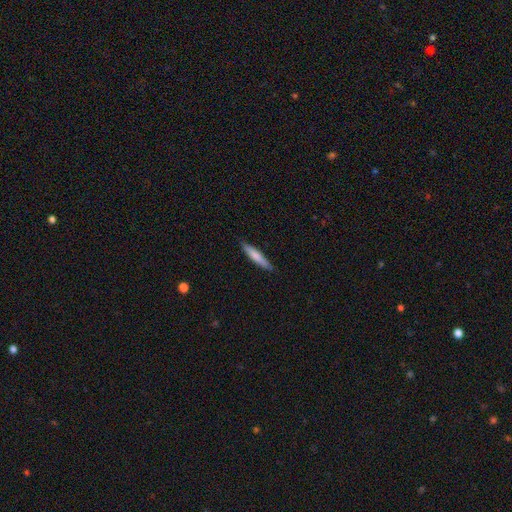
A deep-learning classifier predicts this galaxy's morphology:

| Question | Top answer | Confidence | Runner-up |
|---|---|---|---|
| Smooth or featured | smooth | 72% | featured or disk (23%) |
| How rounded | cigar-shaped | 92% | in between (7%) |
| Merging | none | 90% | minor disturbance (8%) |